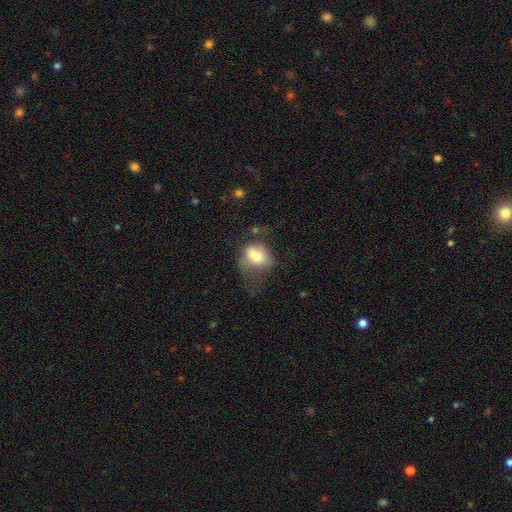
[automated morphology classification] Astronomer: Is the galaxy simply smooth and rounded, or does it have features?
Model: smooth — 70%.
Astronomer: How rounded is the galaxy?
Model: in between — 76%.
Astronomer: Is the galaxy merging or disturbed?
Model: major disturbance — 44% (runner-up: minor disturbance, 26%).